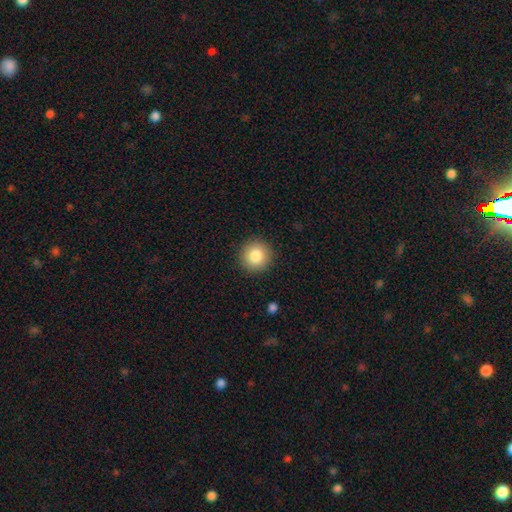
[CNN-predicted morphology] smooth-or-featured: smooth: 84% | star or artifact: 9% | featured or disk: 7%
  how-rounded: round: 94% | in between: 5% | cigar-shaped: 1%
  merging: none: 91% | minor disturbance: 6% | major disturbance: 2% | merger: 1%